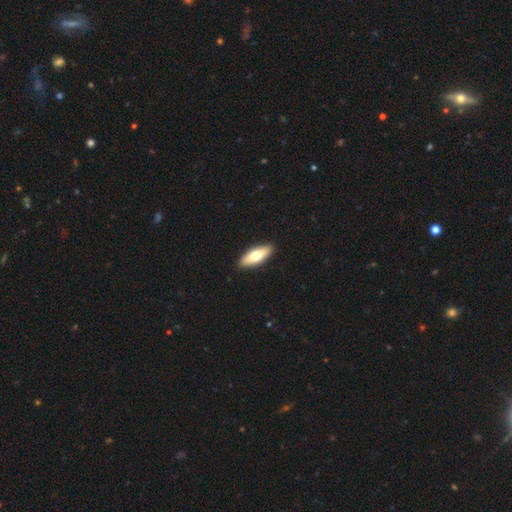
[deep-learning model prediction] smooth-or-featured: smooth: 64% | featured or disk: 31% | star or artifact: 5%
  how-rounded: in between: 66% | cigar-shaped: 32% | round: 2%
  merging: none: 91% | minor disturbance: 6% | major disturbance: 1% | merger: 1%